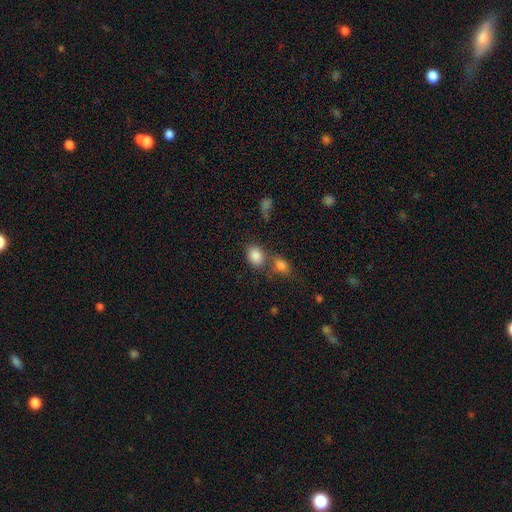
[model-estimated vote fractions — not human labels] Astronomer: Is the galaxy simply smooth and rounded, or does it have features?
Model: smooth — 85%.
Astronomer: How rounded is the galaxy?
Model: in between — 68%.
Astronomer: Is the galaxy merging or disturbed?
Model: none — 54% (runner-up: merger, 29%).